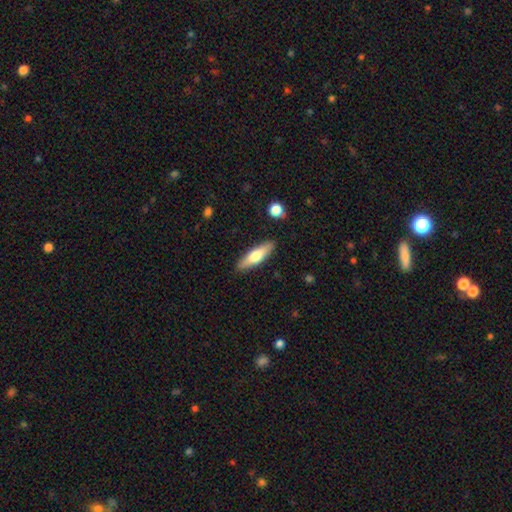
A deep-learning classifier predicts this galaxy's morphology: smooth-or-featured: smooth: 58% | featured or disk: 37% | star or artifact: 6%
  how-rounded: cigar-shaped: 66% | in between: 31% | round: 2%
  merging: none: 88% | minor disturbance: 8% | major disturbance: 2% | merger: 2%